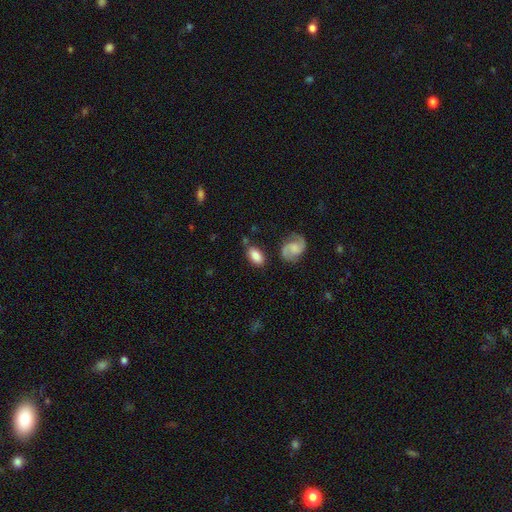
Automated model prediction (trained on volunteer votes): Smooth or featured?
  - smooth: 77% *
  - featured or disk: 16%
  - star or artifact: 7%
How rounded?
  - in between: 90% *
  - round: 7%
  - cigar-shaped: 3%
Merging?
  - none: 72% *
  - minor disturbance: 17%
  - merger: 7%
  - major disturbance: 5%